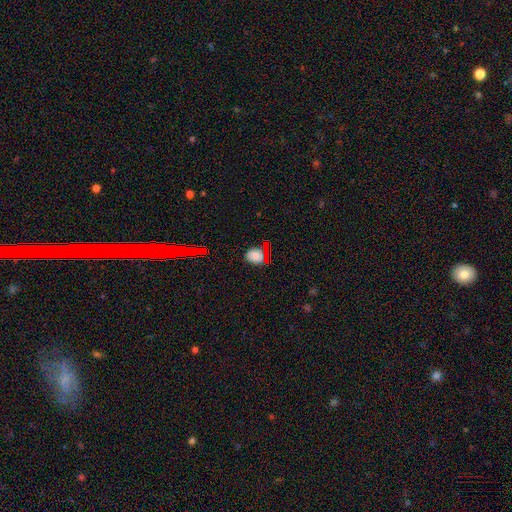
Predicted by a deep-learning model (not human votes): This is likely a smooth galaxy (61%). How rounded: possibly round (57%). Merging: likely none (78%).